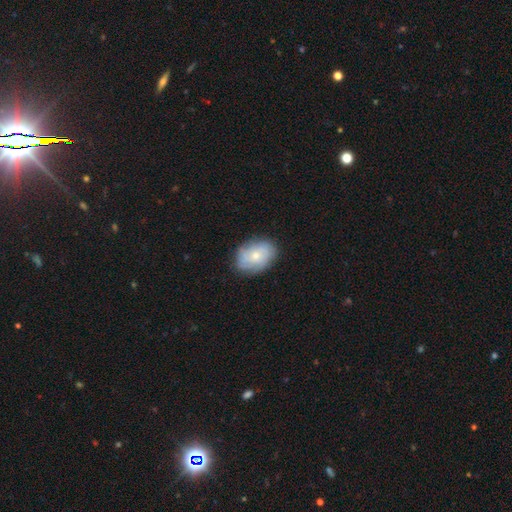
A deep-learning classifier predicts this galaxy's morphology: This appears to be a smooth galaxy with no disk features (50%). Merging: none (78%).